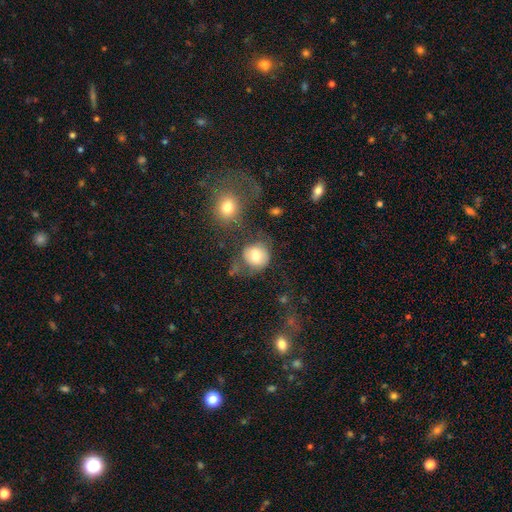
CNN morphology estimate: The model was most divided on "merging": none: 52%, minor disturbance: 22%, major disturbance: 15%, merger: 11%. More confident: how rounded — round (82%); smooth or featured — smooth (78%).